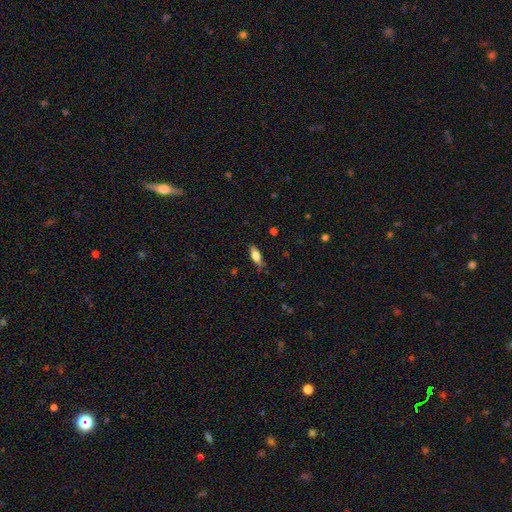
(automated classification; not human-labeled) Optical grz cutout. It shows a smooth galaxy with no disk features (69%) that is in between round and cigar-shaped (68%). Merging: none (83%).